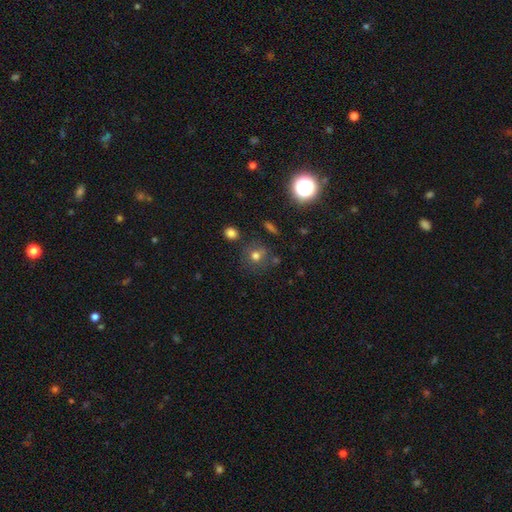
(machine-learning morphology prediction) Smooth or featured?
  - smooth: 71% *
  - star or artifact: 18%
  - featured or disk: 12%
How rounded?
  - round: 85% *
  - in between: 14%
  - cigar-shaped: 1%
Merging?
  - none: 73% *
  - minor disturbance: 14%
  - merger: 8%
  - major disturbance: 5%